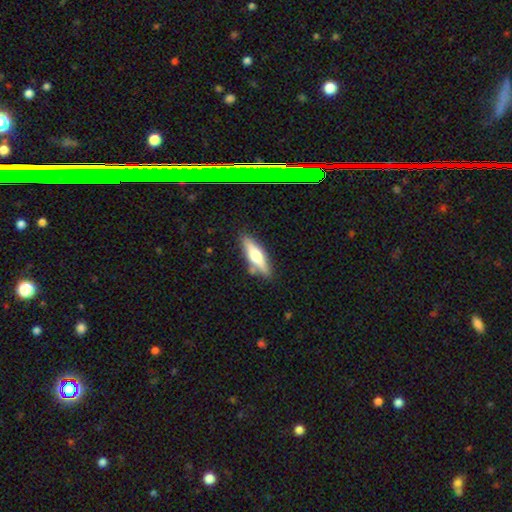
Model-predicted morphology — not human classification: smooth-or-featured: smooth: 47% (tied) | featured or disk: 47% (tied) | star or artifact: 6%
  merging: none: 80% | minor disturbance: 12% | merger: 4% | major disturbance: 3%